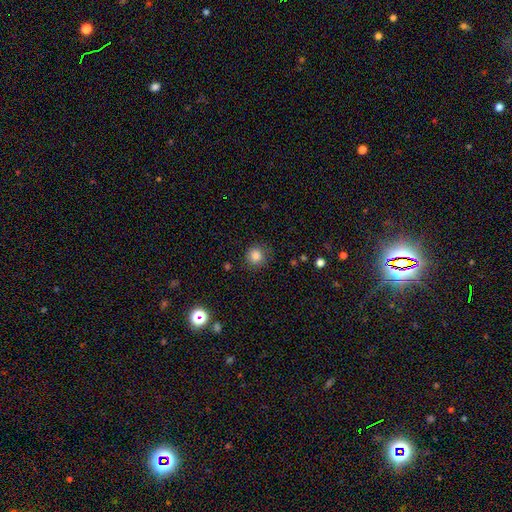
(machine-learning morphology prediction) This appears to be a smooth galaxy with no disk features (83%) that is round (92%). Merging: none (87%).